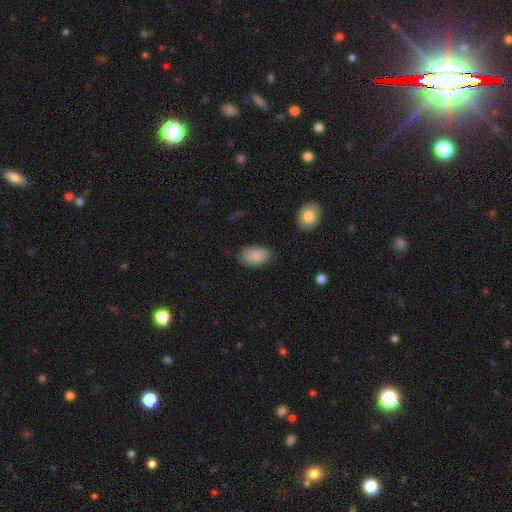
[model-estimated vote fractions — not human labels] smooth 87%, star or artifact 7%, featured or disk 6%. Down the decision tree: how rounded — in between (94%); merging — none (72%).